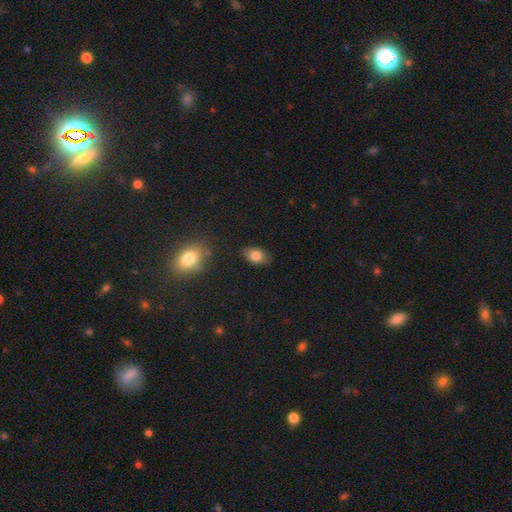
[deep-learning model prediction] A smooth galaxy with no disk features (82%) that is in between round and cigar-shaped (85%).

Vote fractions:
- Smooth or featured? smooth: 82% / star or artifact: 9% / featured or disk: 9%
- How rounded? in between: 85% / round: 13% / cigar-shaped: 2%
- Merging? none: 80% / minor disturbance: 15% / major disturbance: 3% / merger: 2%